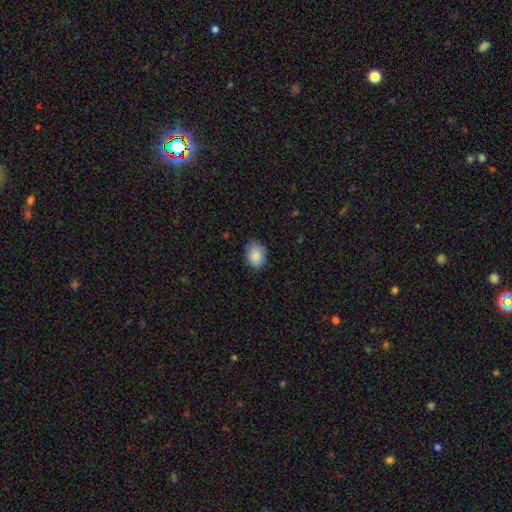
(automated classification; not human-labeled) Smooth or featured: smooth — 87% (star or artifact — 7%)
How rounded: in between — 68% (round — 31%)
Merging: none — 78% (minor disturbance — 18%)